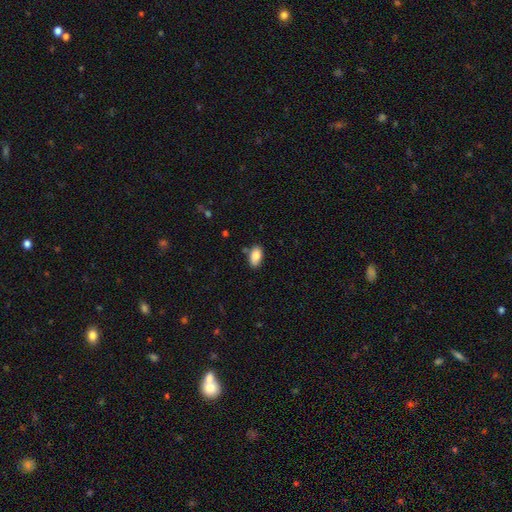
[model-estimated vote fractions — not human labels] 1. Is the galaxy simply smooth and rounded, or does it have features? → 86% smooth, 7% star or artifact, 6% featured or disk.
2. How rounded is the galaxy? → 93% in between, 4% round, 3% cigar-shaped.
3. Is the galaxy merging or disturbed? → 75% none, 18% minor disturbance, 4% merger, 3% major disturbance.